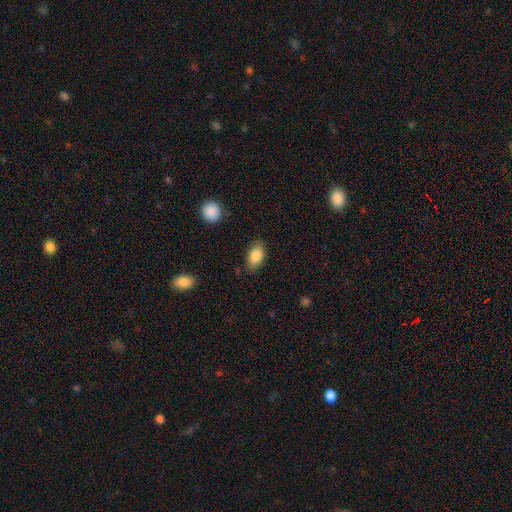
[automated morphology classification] Smooth or featured? smooth (85%)
How rounded? in between (91%)
Merging? none (82%)